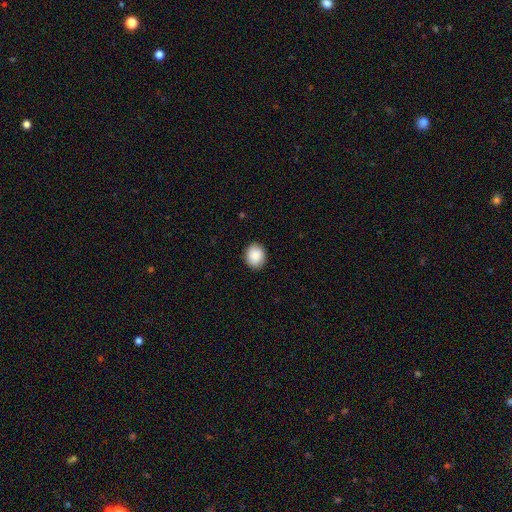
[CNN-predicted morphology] A smooth galaxy with no disk features (89%) that is round (57%). Merging: none (89%).